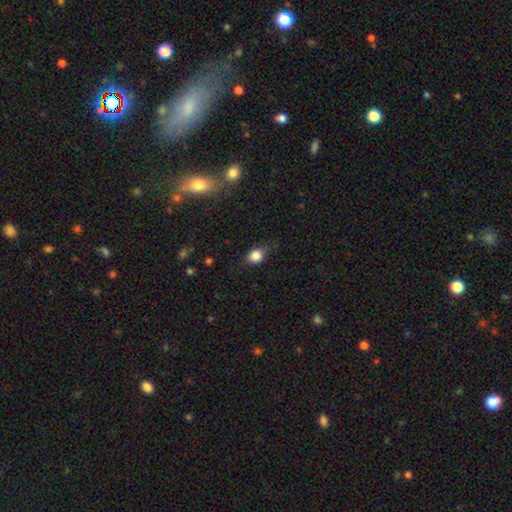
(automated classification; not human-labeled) A smooth galaxy with no disk features (83%) that is in between round and cigar-shaped (49%, tied with round).

Vote fractions:
- Smooth or featured? smooth: 83% / star or artifact: 10% / featured or disk: 7%
- How rounded? in between: 49% (tied) / round: 49% (tied) / cigar-shaped: 2%
- Merging? none: 73% / minor disturbance: 20% / major disturbance: 6% / merger: 1%